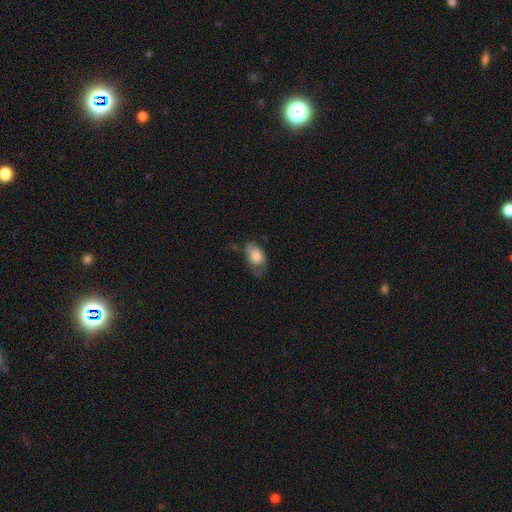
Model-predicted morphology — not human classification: Smooth or featured? smooth (72%)
How rounded? in between (89%)
Merging? none (41%)